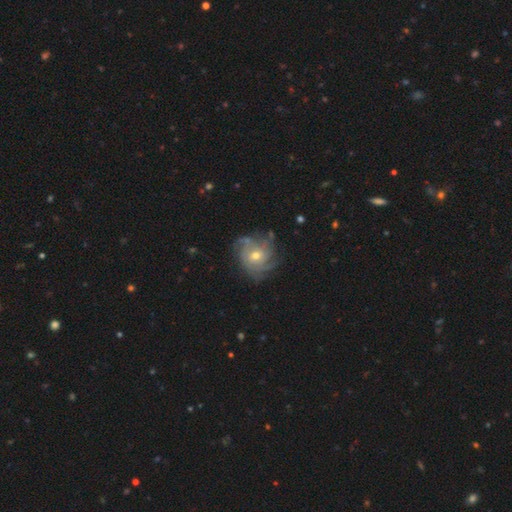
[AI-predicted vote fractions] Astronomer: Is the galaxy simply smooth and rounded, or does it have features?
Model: featured or disk — 81%.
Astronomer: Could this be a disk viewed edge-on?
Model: no — 97%.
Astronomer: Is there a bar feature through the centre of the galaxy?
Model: no — 72%.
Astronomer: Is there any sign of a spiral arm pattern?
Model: yes — 94%.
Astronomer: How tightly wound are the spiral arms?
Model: tight — 58%.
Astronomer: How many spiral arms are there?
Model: can't tell — 30% (runner-up: 4, 25%).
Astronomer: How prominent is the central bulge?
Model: moderate — 55% (runner-up: small, 41%).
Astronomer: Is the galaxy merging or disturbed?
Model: none — 74%.